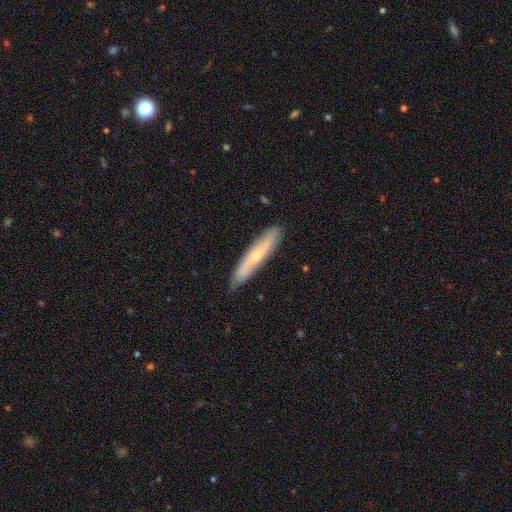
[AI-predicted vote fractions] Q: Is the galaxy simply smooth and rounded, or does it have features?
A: featured or disk — 51%.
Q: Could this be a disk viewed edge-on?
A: yes — 68%.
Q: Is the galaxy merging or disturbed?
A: none — 86%.